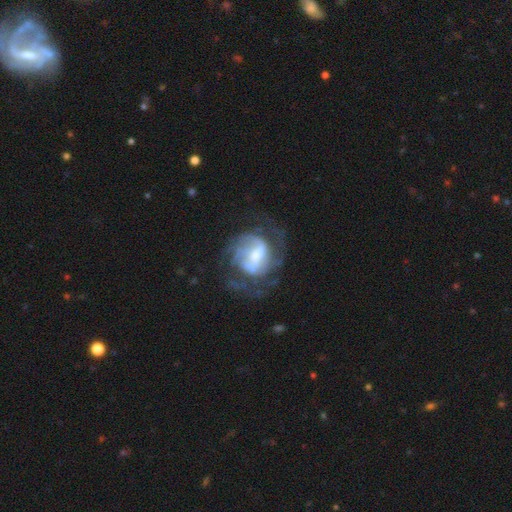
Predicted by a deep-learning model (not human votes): smooth-or-featured: featured or disk: 81% | smooth: 13% | star or artifact: 7%
  disk-edge-on: no: 97% | yes: 3%
    bar: weak: 49% | strong: 26% | no: 25%
    has-spiral-arms: yes: 90% | no: 10%
      spiral-winding: medium: 44% | tight: 33% | loose: 23%
      spiral-arm-count: 2: 39% | can't tell: 28% | 3: 17% | 4: 6% | 1: 6% | more than 4: 4%
    bulge-size: moderate: 47% | small: 31% | large: 15% | none: 5% | dominant: 2%
  merging: none: 56% | major disturbance: 24% | minor disturbance: 17% | merger: 2%